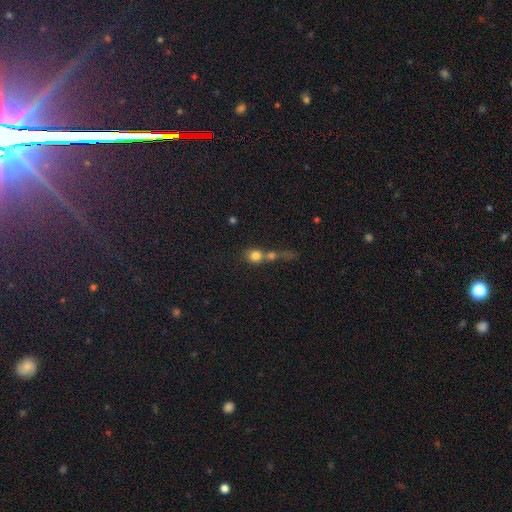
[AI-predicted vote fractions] Smooth or featured? smooth (76%)
How rounded? round (81%)
Merging? merger (56%)